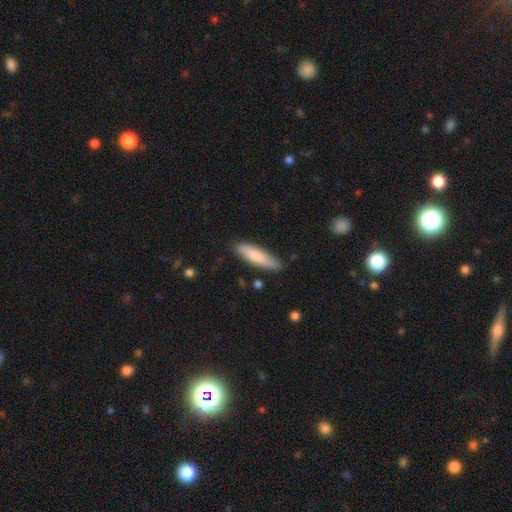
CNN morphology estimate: Smooth or featured? smooth (75%)
How rounded? cigar-shaped (70%)
Merging? none (83%)